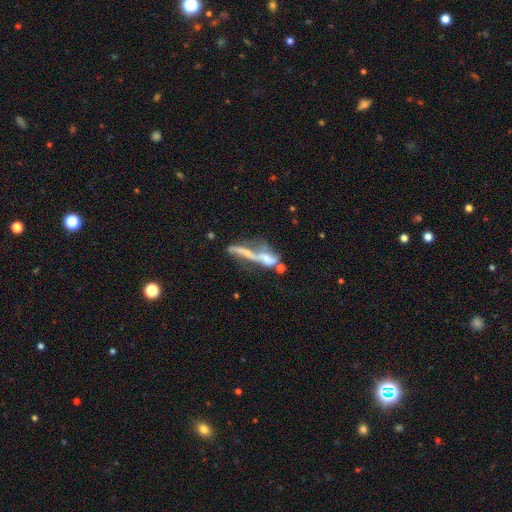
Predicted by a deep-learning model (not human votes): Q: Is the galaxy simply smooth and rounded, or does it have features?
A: featured or disk — 59%.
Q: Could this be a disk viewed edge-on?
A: yes — 68%.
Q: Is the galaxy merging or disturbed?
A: merger — 36%.